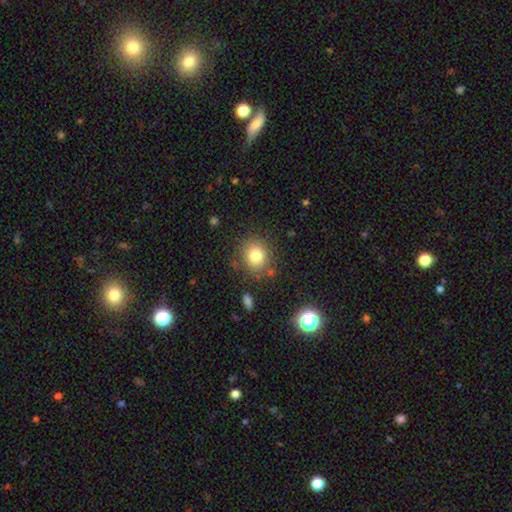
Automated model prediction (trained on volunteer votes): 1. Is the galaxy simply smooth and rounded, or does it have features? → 79% smooth, 12% star or artifact, 9% featured or disk.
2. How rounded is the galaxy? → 79% round, 20% in between, 1% cigar-shaped.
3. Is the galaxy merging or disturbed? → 82% none, 11% minor disturbance, 4% major disturbance, 3% merger.